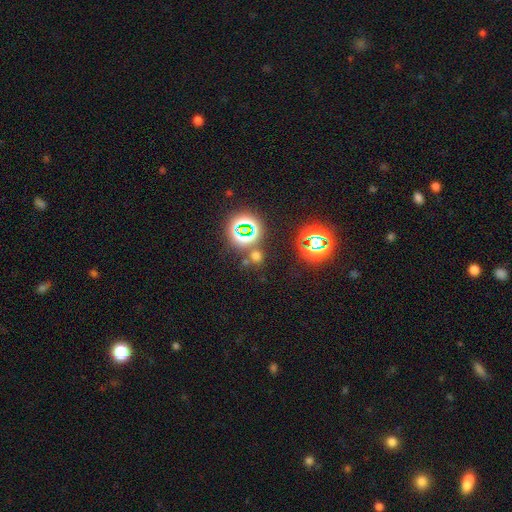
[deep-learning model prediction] A smooth galaxy with no disk features (48%). Merging: none (73%).